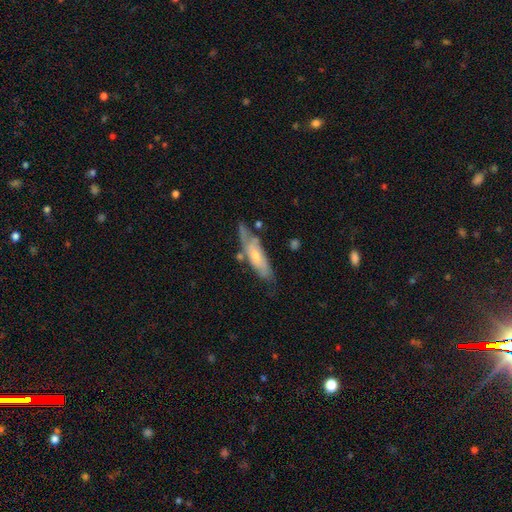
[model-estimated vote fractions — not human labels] featured or disk 56%, smooth 38%, star or artifact 6%. Down the decision tree: edge-on disk — no (68%); merging — none (55%).